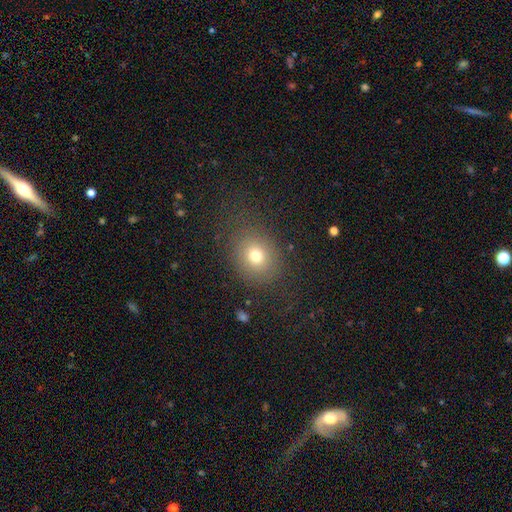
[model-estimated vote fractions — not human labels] smooth 74%, star or artifact 15%, featured or disk 11%. Down the decision tree: how rounded — round (58%); merging — none (79%).